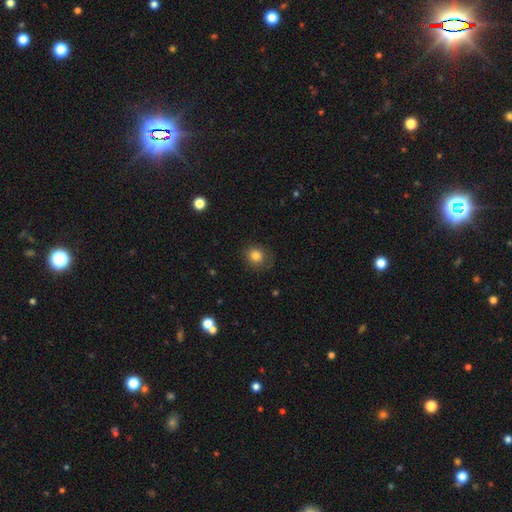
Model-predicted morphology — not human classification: A smooth galaxy with no disk features (82%) that is round (81%).

Vote fractions:
- Smooth or featured? smooth: 82% / star or artifact: 12% / featured or disk: 6%
- How rounded? round: 81% / in between: 18% / cigar-shaped: 1%
- Merging? none: 81% / minor disturbance: 13% / major disturbance: 4% / merger: 1%